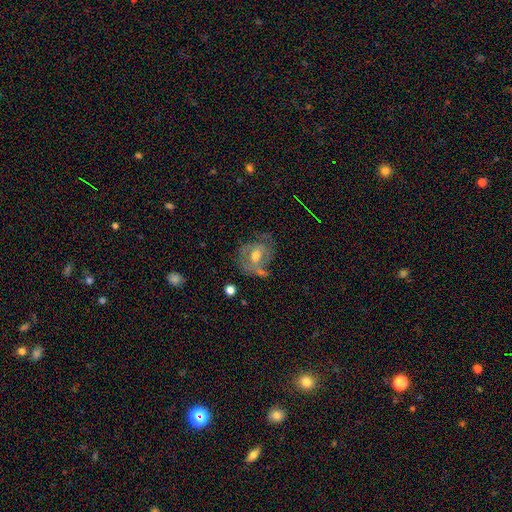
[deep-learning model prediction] Q: Smooth or featured?
A: featured or disk (60%); runner-up: smooth (30%)
Q: Edge-on disk?
A: no (95%); runner-up: yes (5%)
Q: Bar?
A: no (55%); runner-up: weak (34%)
Q: Spiral arms?
A: yes (54%); runner-up: no (46%)
Q: Bulge size?
A: moderate (73%); runner-up: small (17%)
Q: Merging?
A: none (50%); runner-up: minor disturbance (25%)